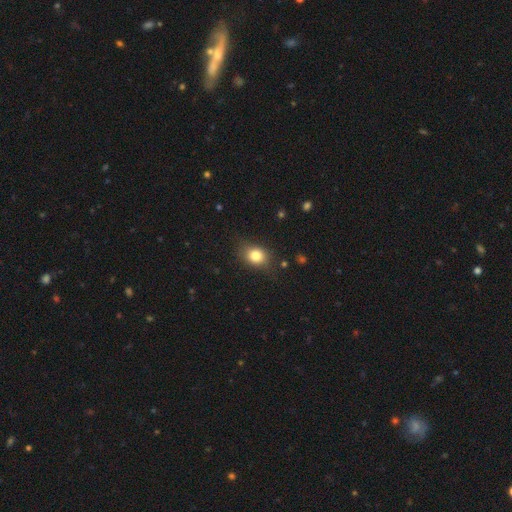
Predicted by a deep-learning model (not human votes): Morphology: type=smooth (81%); roundness=in between (55%); merging=none (77%).